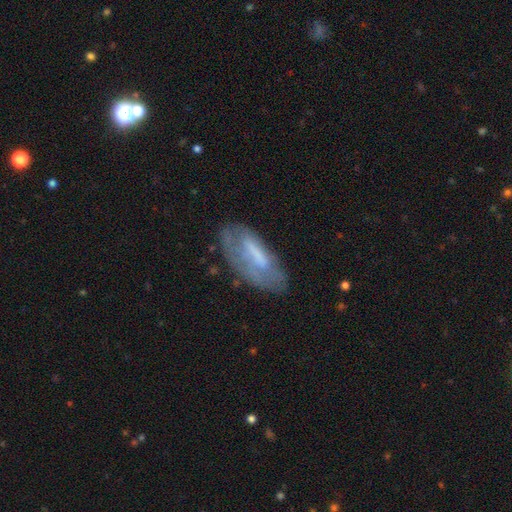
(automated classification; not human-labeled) smooth-or-featured: smooth: 46% (tied) | featured or disk: 46% (tied) | star or artifact: 8%
  merging: none: 57% | minor disturbance: 26% | major disturbance: 14% | merger: 3%